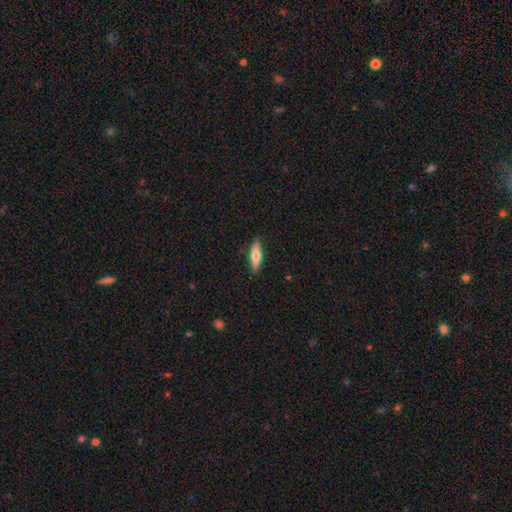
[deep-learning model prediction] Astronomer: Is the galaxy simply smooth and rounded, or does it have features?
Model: smooth — 64%.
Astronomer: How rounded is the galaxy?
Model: cigar-shaped — 57% (runner-up: in between, 41%).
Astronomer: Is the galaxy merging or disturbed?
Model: none — 88%.